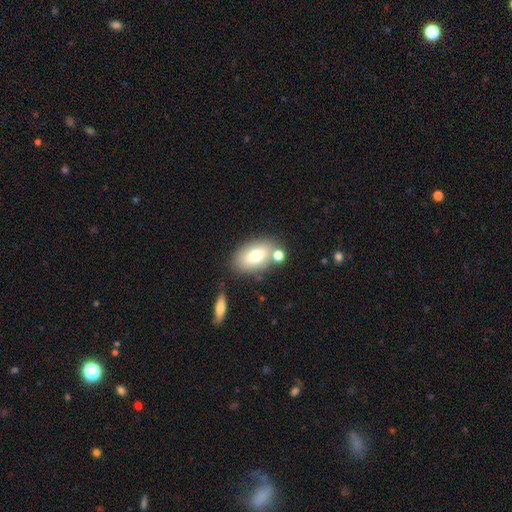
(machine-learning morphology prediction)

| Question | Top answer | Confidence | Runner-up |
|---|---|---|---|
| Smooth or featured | smooth | 71% | featured or disk (20%) |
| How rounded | in between | 88% | round (10%) |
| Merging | none | 68% | merger (15%) |